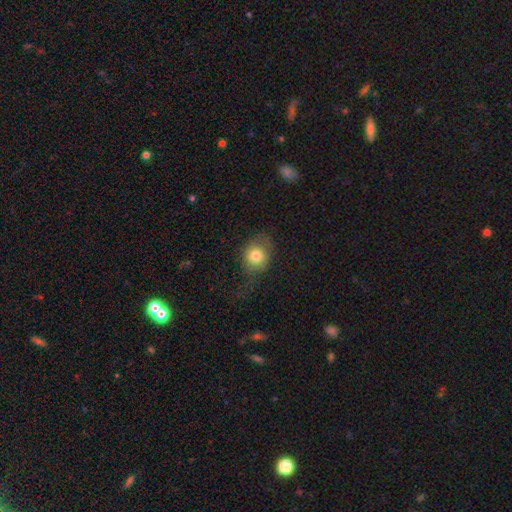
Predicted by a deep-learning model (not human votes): Overall: smooth (78%). How rounded: round (66%; in between 33%). Merging: none (49%; minor disturbance 27%).